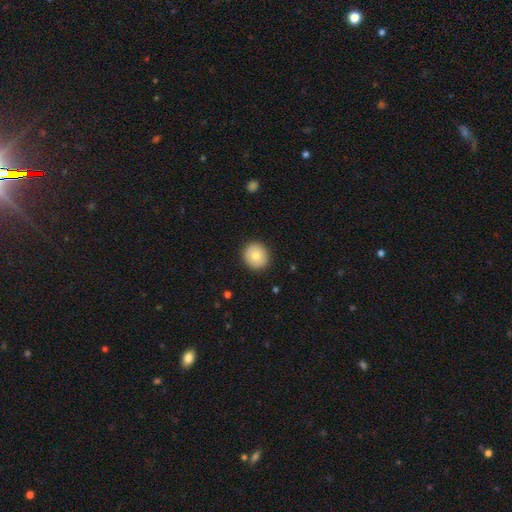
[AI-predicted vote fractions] Smooth or featured: smooth — 75% (featured or disk — 17%)
How rounded: round — 90% (in between — 9%)
Merging: none — 91% (minor disturbance — 6%)